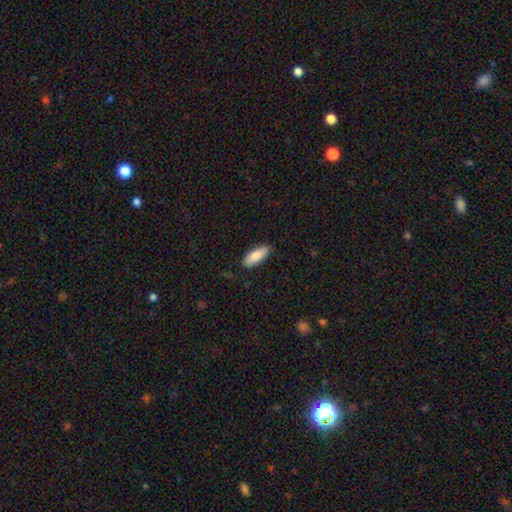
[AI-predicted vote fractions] Smooth or featured: smooth — 83% (featured or disk — 11%)
How rounded: in between — 69% (cigar-shaped — 29%)
Merging: none — 83% (minor disturbance — 14%)